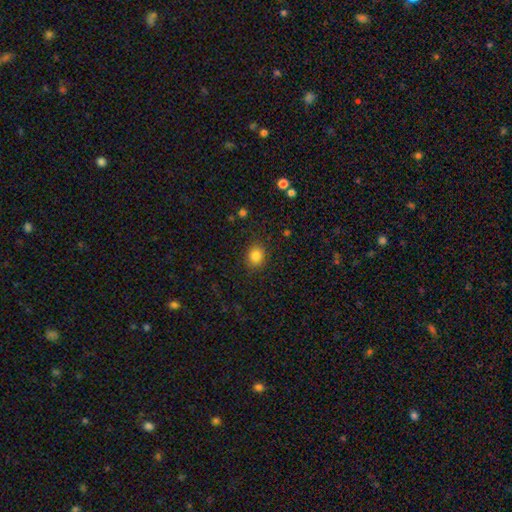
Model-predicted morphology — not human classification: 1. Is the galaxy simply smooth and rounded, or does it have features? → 85% smooth, 11% star or artifact, 5% featured or disk.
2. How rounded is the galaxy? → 69% round, 30% in between, 1% cigar-shaped.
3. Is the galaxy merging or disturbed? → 88% none, 9% minor disturbance, 3% major disturbance, 1% merger.